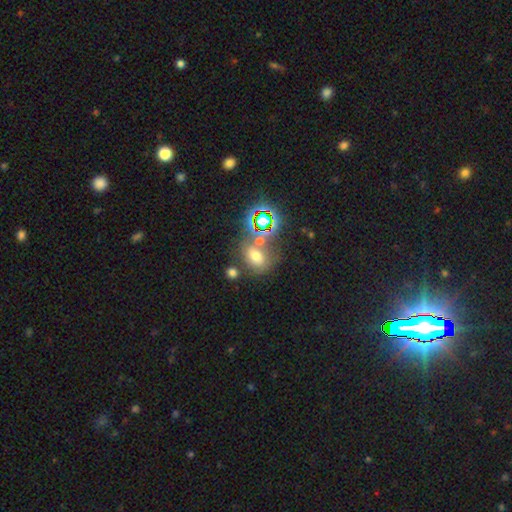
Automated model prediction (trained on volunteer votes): A smooth galaxy with no disk features (55%) that is in between round and cigar-shaped (59%).

Vote fractions:
- Smooth or featured? smooth: 55% / star or artifact: 31% / featured or disk: 14%
- How rounded? in between: 59% / round: 39% / cigar-shaped: 2%
- Merging? none: 54% / merger: 25% / minor disturbance: 14% / major disturbance: 7%